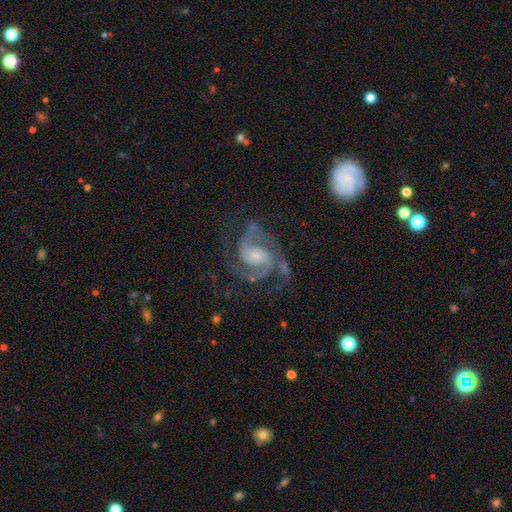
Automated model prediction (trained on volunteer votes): Morphology: type=featured or disk (92%); edge-on=no (98%); bar=weak (44%); spiral arms=yes (98%); winding=medium (56%); arm count=2 (74%); bulge=small (59%); merging=none (69%).